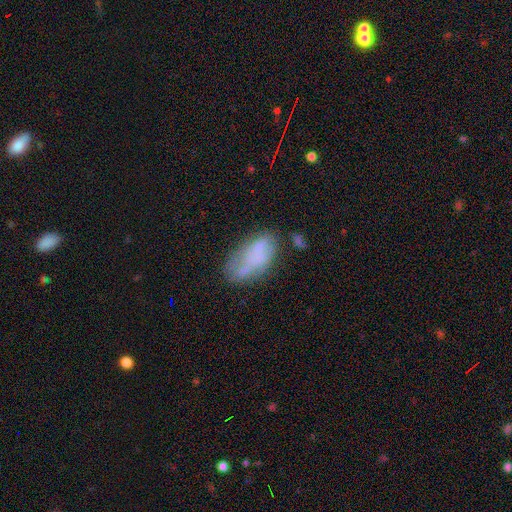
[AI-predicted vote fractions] A smooth galaxy with no disk features (56%) that is in between round and cigar-shaped (92%).

Vote fractions:
- Smooth or featured? smooth: 56% / featured or disk: 34% / star or artifact: 10%
- How rounded? in between: 92% / cigar-shaped: 5% / round: 3%
- Merging? none: 42% / minor disturbance: 27% / major disturbance: 18% / merger: 13%